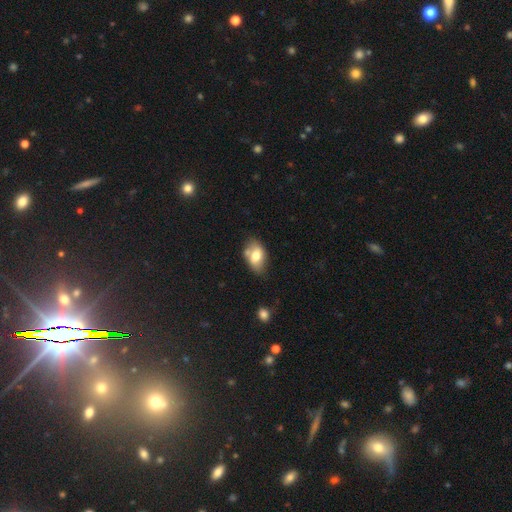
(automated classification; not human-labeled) Smooth or featured? Predicted: smooth (p=0.70). How rounded? Predicted: in between (p=0.89). Merging? Predicted: none (p=0.54).